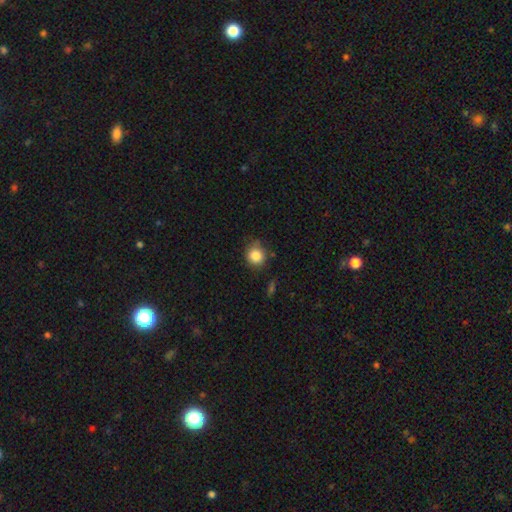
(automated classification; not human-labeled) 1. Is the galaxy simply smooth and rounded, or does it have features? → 84% smooth, 10% star or artifact, 6% featured or disk.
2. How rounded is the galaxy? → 86% round, 13% in between, 1% cigar-shaped.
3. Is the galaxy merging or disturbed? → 75% none, 19% minor disturbance, 4% major disturbance, 3% merger.